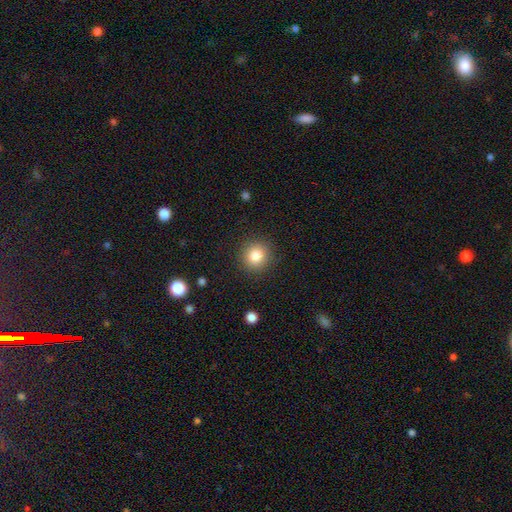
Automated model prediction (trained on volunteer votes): smooth 84%, star or artifact 10%, featured or disk 6%. Down the decision tree: how rounded — round (90%); merging — none (89%).